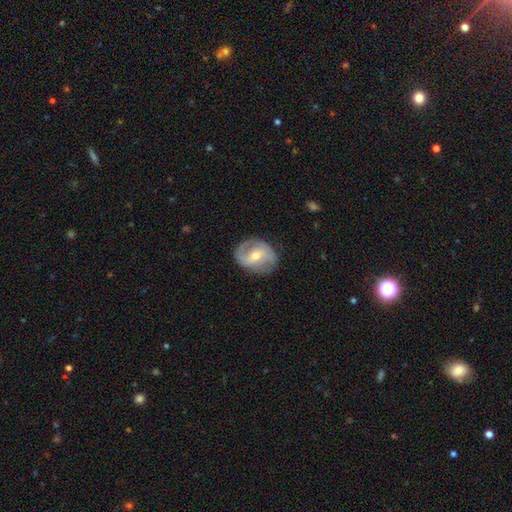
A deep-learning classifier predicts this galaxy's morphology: Q: Smooth or featured?
A: featured or disk (71%); runner-up: smooth (23%)
Q: Edge-on disk?
A: no (96%); runner-up: yes (4%)
Q: Bar?
A: weak (46%); runner-up: no (32%)
Q: Spiral arms?
A: yes (84%); runner-up: no (16%)
Q: Spiral winding?
A: medium (45%); runner-up: tight (29%)
Q: Spiral arm count?
A: 2 (76%); runner-up: can't tell (12%)
Q: Bulge size?
A: moderate (58%); runner-up: small (37%)
Q: Merging?
A: none (75%); runner-up: minor disturbance (17%)